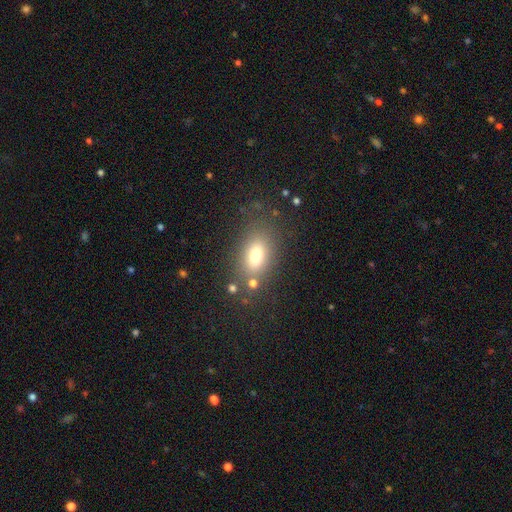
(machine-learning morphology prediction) A smooth galaxy with no disk features (74%) that is in between round and cigar-shaped (79%).

Vote fractions:
- Smooth or featured? smooth: 74% / featured or disk: 14% / star or artifact: 12%
- How rounded? in between: 79% / round: 17% / cigar-shaped: 3%
- Merging? none: 76% / minor disturbance: 12% / merger: 6% / major disturbance: 6%